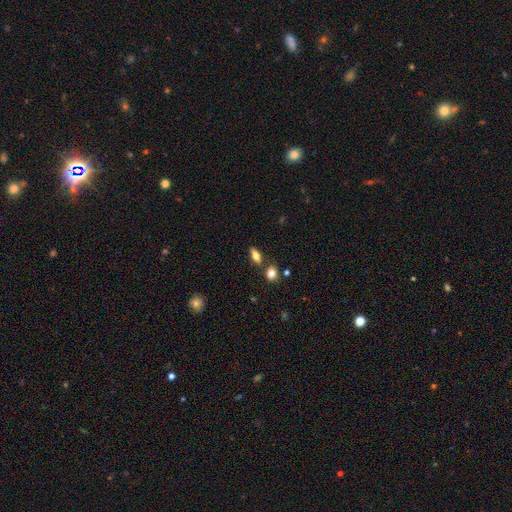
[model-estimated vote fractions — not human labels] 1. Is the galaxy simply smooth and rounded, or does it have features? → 68% smooth, 22% featured or disk, 10% star or artifact.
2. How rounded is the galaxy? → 77% in between, 16% cigar-shaped, 6% round.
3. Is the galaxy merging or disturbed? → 76% none, 11% minor disturbance, 10% merger, 3% major disturbance.